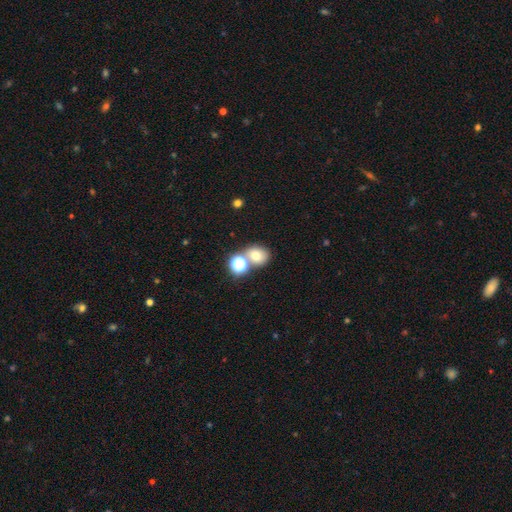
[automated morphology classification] A smooth galaxy with no disk features (71%) that is round (66%). Merging: none (54%).